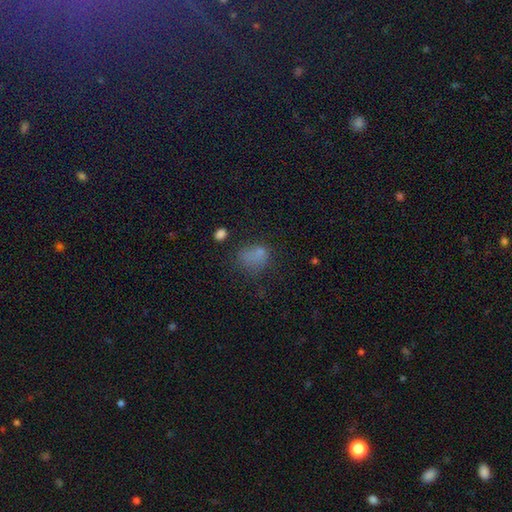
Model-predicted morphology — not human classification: type=smooth (67%); roundness=in between (59%); merging=none (41%).